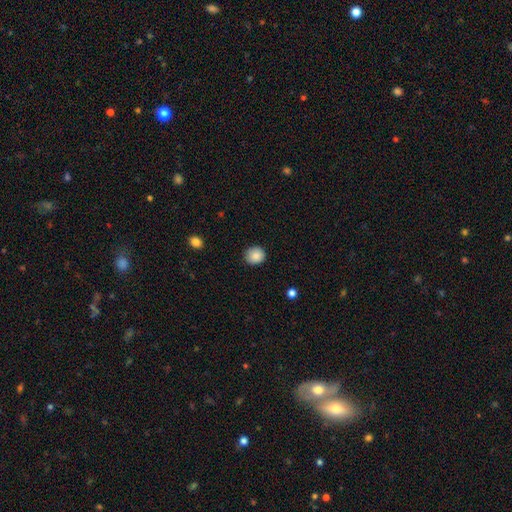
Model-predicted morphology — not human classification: A smooth galaxy with no disk features (86%) that is round (85%). Merging: none (87%).